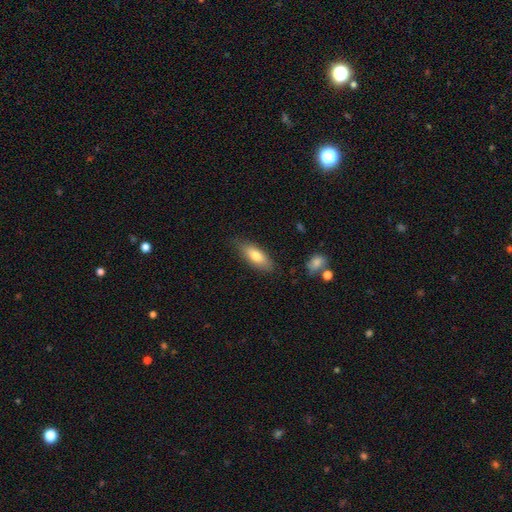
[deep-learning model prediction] smooth_or_featured: smooth (p=0.77) [alt: featured or disk p=0.17]
how_rounded: in between (p=0.71) [alt: cigar-shaped p=0.27]
merging: none (p=0.81) [alt: minor disturbance p=0.15]